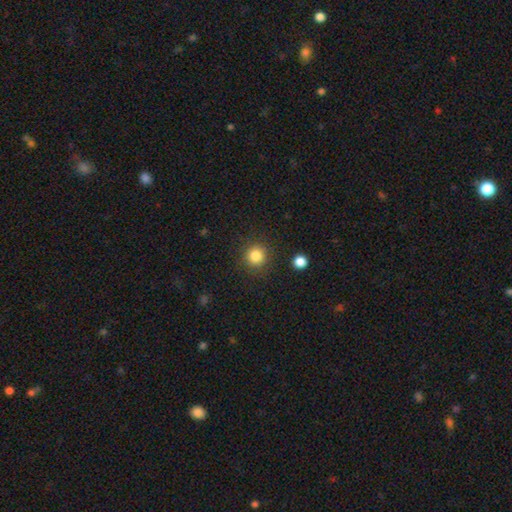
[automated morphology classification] type=smooth (84%); roundness=round (94%); merging=none (88%).